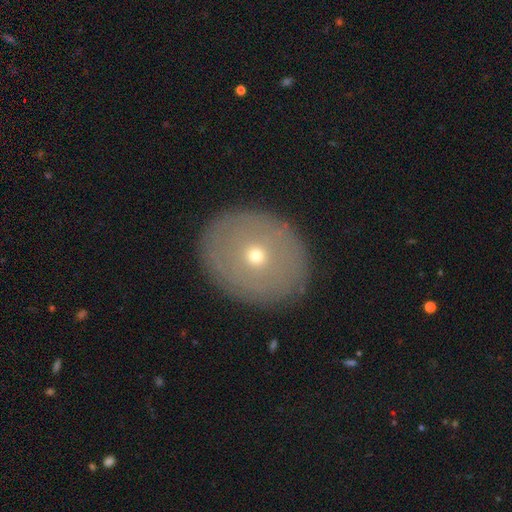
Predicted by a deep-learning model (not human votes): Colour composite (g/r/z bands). It shows a smooth galaxy with no disk features (54%) that is round (63%). Merging: none (89%).